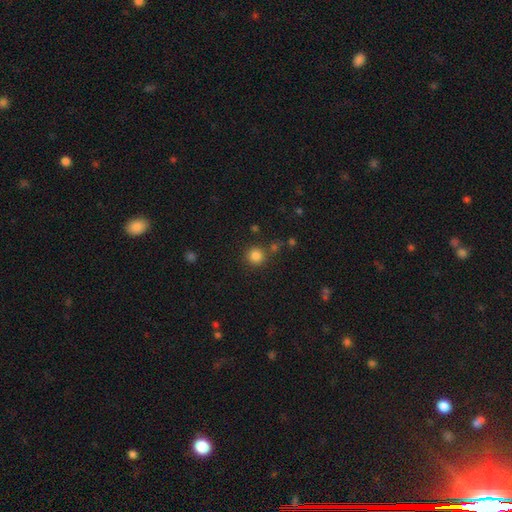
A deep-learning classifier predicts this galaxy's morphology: Smooth or featured?
  - smooth: 84% *
  - star or artifact: 12%
  - featured or disk: 4%
How rounded?
  - round: 94% *
  - in between: 5%
  - cigar-shaped: 1%
Merging?
  - none: 83% *
  - minor disturbance: 8%
  - merger: 7%
  - major disturbance: 3%